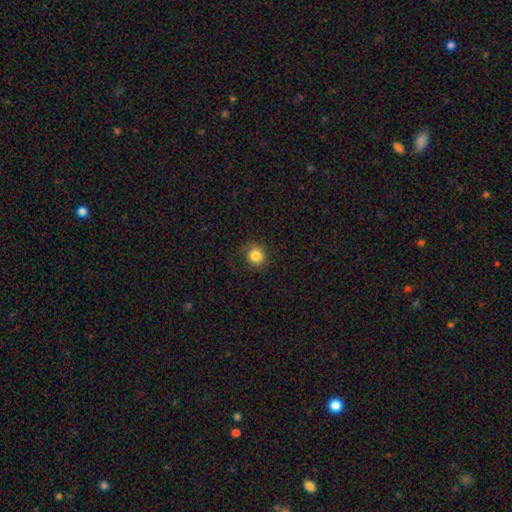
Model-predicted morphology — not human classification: The model was most divided on "merging": none: 83%, minor disturbance: 12%, major disturbance: 4%, merger: 1%. More confident: how rounded — round (87%); smooth or featured — smooth (84%).